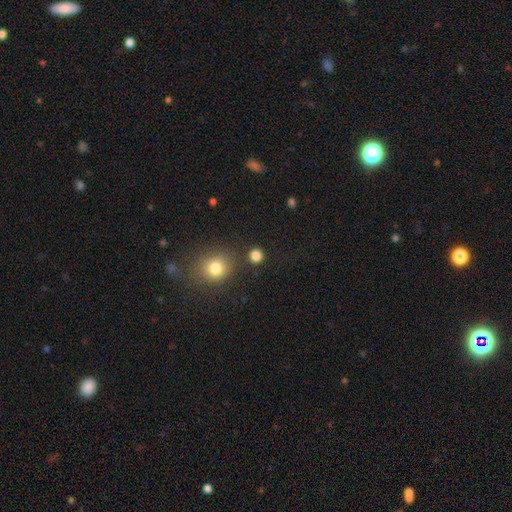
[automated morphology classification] Smooth or featured?
  - smooth: 83% *
  - star or artifact: 13%
  - featured or disk: 4%
How rounded?
  - round: 89% *
  - in between: 10%
  - cigar-shaped: 1%
Merging?
  - none: 85% *
  - minor disturbance: 7%
  - merger: 5%
  - major disturbance: 3%